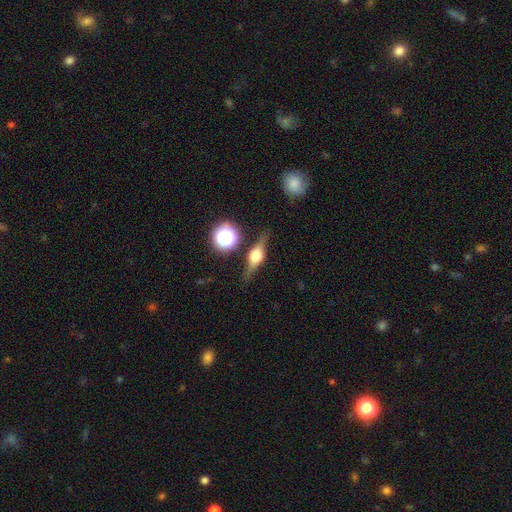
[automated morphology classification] This appears to be a featured or disk galaxy (72%) viewed edge-on (94%) with a rounded central bulge (92%). Merging: none (82%).